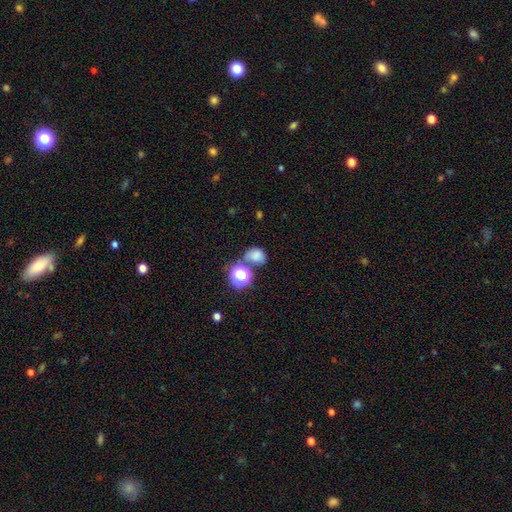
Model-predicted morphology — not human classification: smooth 74%, star or artifact 18%, featured or disk 9%. Down the decision tree: how rounded — in between (50%); merging — none (50%).